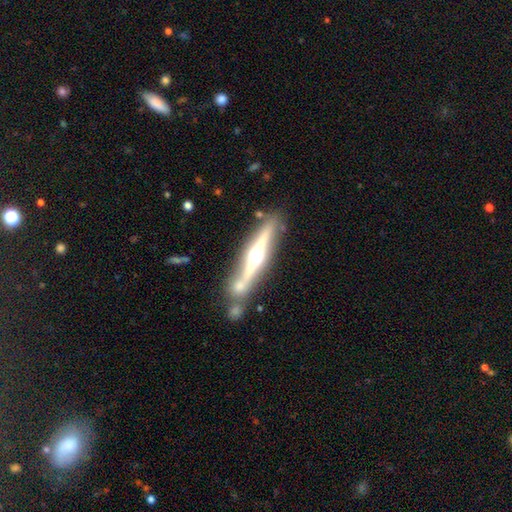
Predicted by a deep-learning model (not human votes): A featured or disk galaxy (78%) viewed edge-on (96%) with a rounded central bulge (93%).

Vote fractions:
- Smooth or featured? featured or disk: 78% / smooth: 17% / star or artifact: 6%
- Edge-on disk? yes: 96% / no: 4%
- Edge-on bulge? rounded: 93% / boxy: 4% / none: 3%
- Merging? none: 71% / minor disturbance: 13% / merger: 12% / major disturbance: 4%